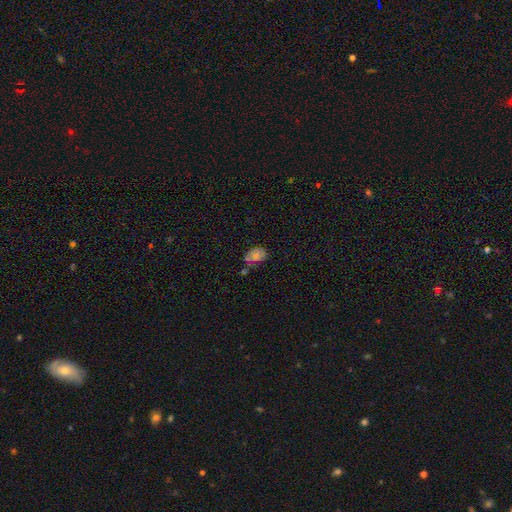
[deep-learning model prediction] Smooth or featured? smooth (61%)
How rounded? in between (63%)
Merging? none (51%)